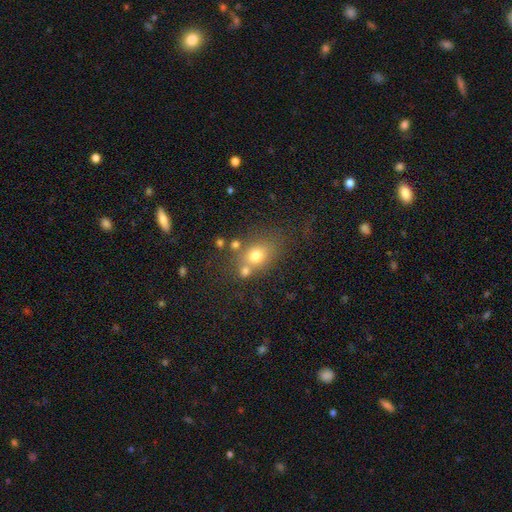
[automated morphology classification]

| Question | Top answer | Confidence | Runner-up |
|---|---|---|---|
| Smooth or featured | smooth | 71% | featured or disk (15%) |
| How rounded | round | 50% | in between (49%) |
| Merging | none | 56% | merger (23%) |